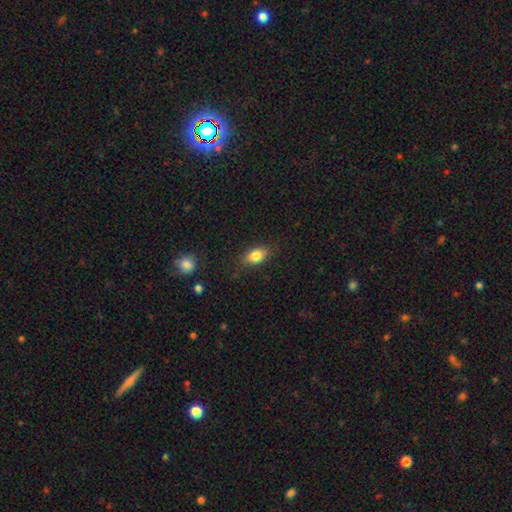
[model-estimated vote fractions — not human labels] This appears to be a smooth galaxy with no disk features (82%) that is in between round and cigar-shaped (86%). Merging: none (83%).